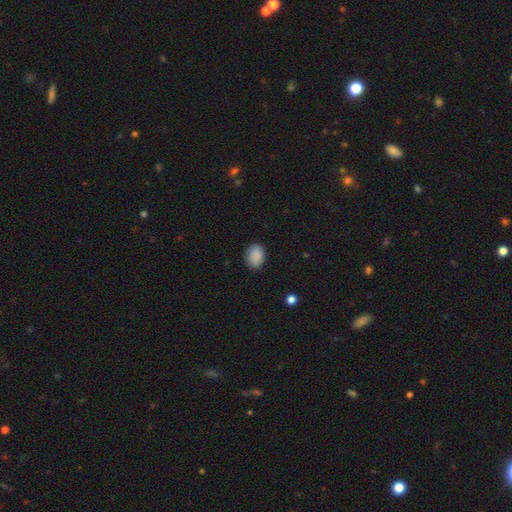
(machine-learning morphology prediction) The model was most divided on "how rounded": in between: 74%, round: 25%, cigar-shaped: 1%. More confident: smooth or featured — smooth (88%); merging — none (84%).